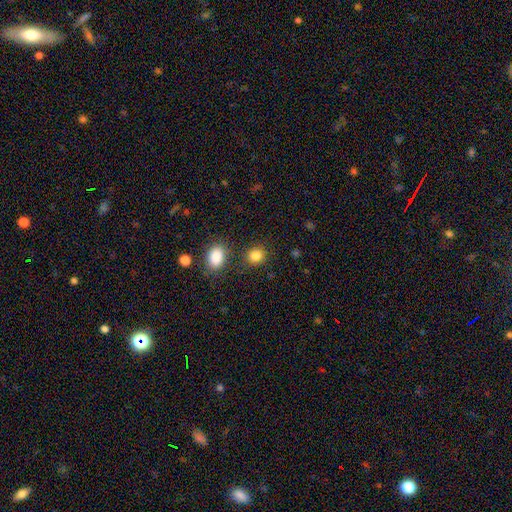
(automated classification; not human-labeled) Smooth or featured: smooth — 84% (star or artifact — 11%)
How rounded: round — 64% (in between — 35%)
Merging: none — 81% (minor disturbance — 9%)